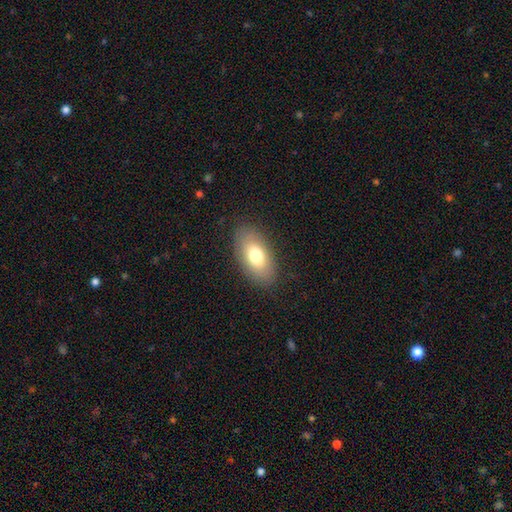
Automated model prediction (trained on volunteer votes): Overall: smooth (75%). How rounded: in between (93%). Merging: none (85%).